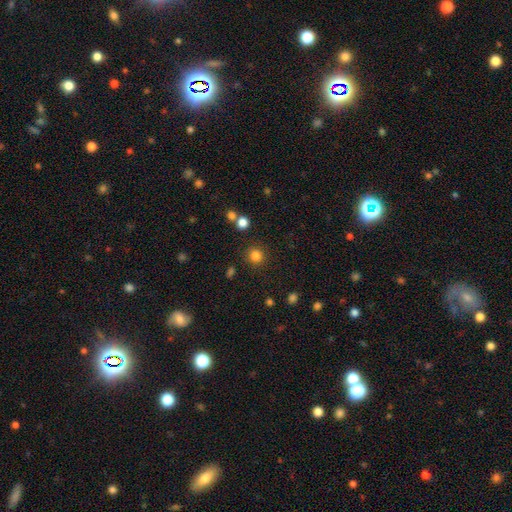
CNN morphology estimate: A smooth galaxy with no disk features (83%) that is round (93%).

Vote fractions:
- Smooth or featured? smooth: 83% / star or artifact: 13% / featured or disk: 4%
- How rounded? round: 93% / in between: 6% / cigar-shaped: 1%
- Merging? none: 87% / minor disturbance: 6% / merger: 3% / major disturbance: 3%